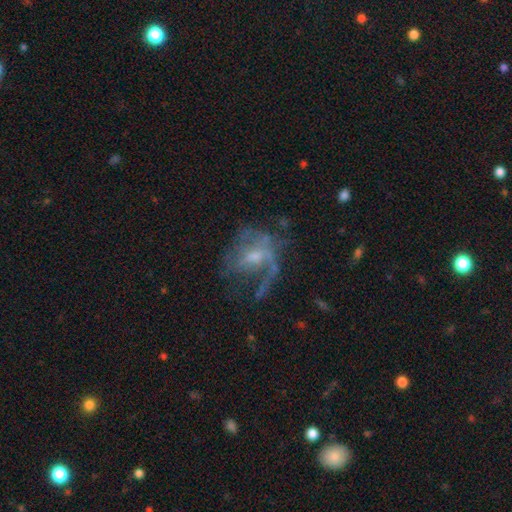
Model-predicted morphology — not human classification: The model was most divided on "merging": none: 40%, major disturbance: 39%, minor disturbance: 18%, merger: 3%. Remaining: edge-on disk — no (97%); spiral arms — yes (72%); smooth or featured — featured or disk (72%); bar — no (52%); bulge size — small (49%).